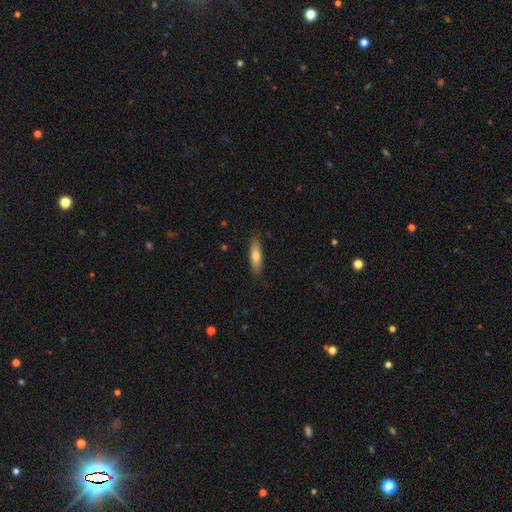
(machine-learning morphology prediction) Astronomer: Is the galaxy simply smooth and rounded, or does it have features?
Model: smooth — 68%.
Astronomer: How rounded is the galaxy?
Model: cigar-shaped — 70%.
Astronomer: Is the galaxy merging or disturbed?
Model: none — 86%.